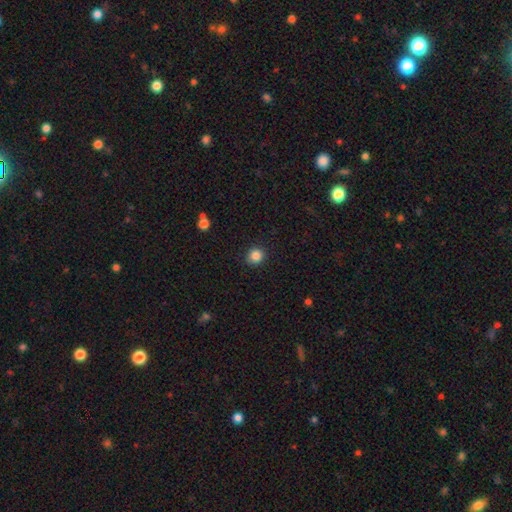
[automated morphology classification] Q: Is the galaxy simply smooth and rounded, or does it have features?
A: smooth — 86%.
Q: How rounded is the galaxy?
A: round — 89%.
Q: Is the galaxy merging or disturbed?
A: none — 90%.